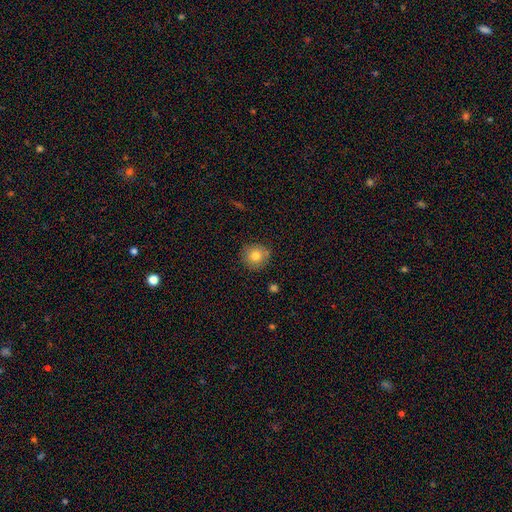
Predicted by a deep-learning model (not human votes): Smooth or featured?
  - smooth: 80% *
  - featured or disk: 10%
  - star or artifact: 10%
How rounded?
  - round: 90% *
  - in between: 9%
  - cigar-shaped: 1%
Merging?
  - none: 85% *
  - minor disturbance: 11%
  - major disturbance: 2%
  - merger: 2%